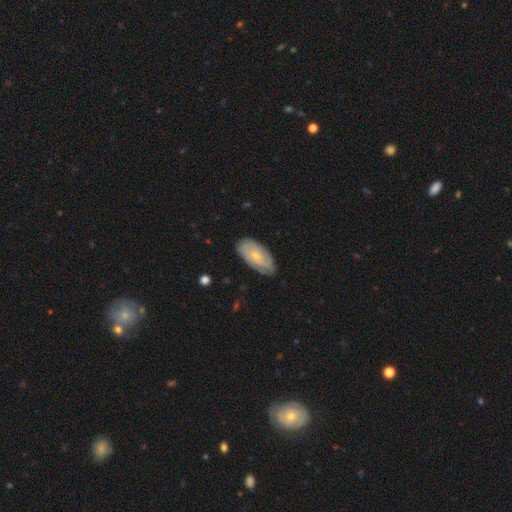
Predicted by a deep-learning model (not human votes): This is possibly a featured or disk galaxy (48%). Merging: likely none (78%).